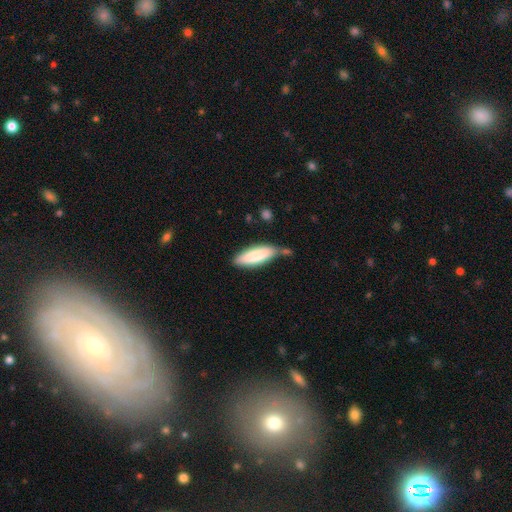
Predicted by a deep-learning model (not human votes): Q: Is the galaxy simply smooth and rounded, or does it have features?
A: smooth — 83%.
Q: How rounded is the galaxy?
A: in between — 58%.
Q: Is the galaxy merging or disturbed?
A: none — 61%.